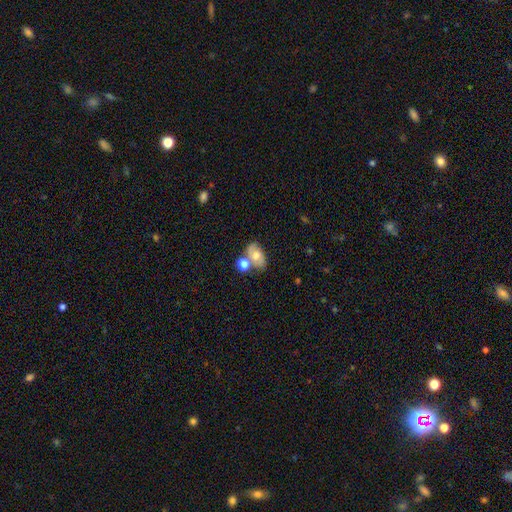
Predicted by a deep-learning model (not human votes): A smooth galaxy with no disk features (51%) that is in between round and cigar-shaped (80%).

Vote fractions:
- Smooth or featured? smooth: 51% / featured or disk: 38% / star or artifact: 11%
- How rounded? in between: 80% / round: 18% / cigar-shaped: 2%
- Merging? none: 45% / merger: 29% / minor disturbance: 18% / major disturbance: 8%